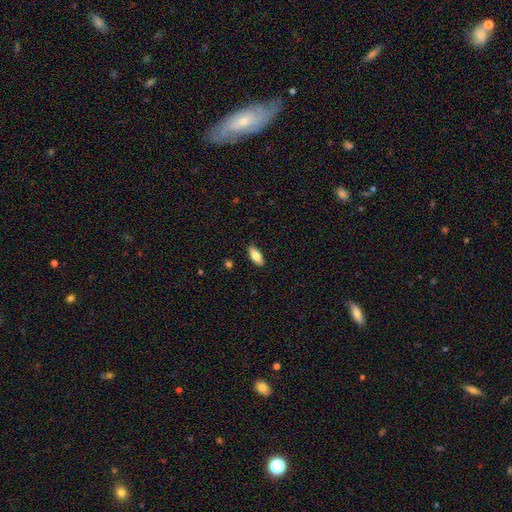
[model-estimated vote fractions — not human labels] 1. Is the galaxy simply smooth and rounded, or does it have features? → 77% smooth, 17% featured or disk, 6% star or artifact.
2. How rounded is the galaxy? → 79% in between, 19% cigar-shaped, 2% round.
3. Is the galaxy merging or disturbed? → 86% none, 11% minor disturbance, 2% major disturbance, 1% merger.